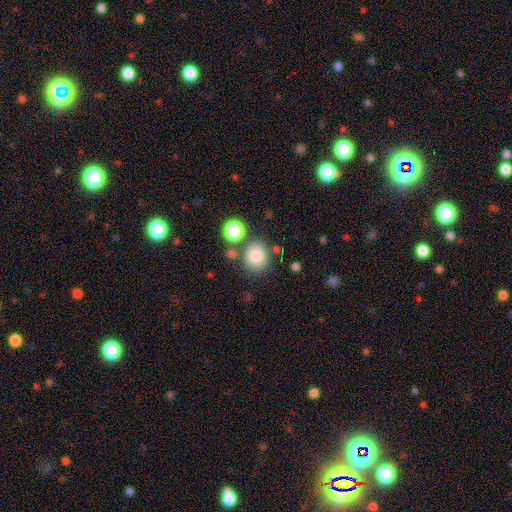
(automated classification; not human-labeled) Smooth or featured: smooth — 81% (star or artifact — 11%)
How rounded: round — 74% (in between — 25%)
Merging: none — 72% (minor disturbance — 13%)